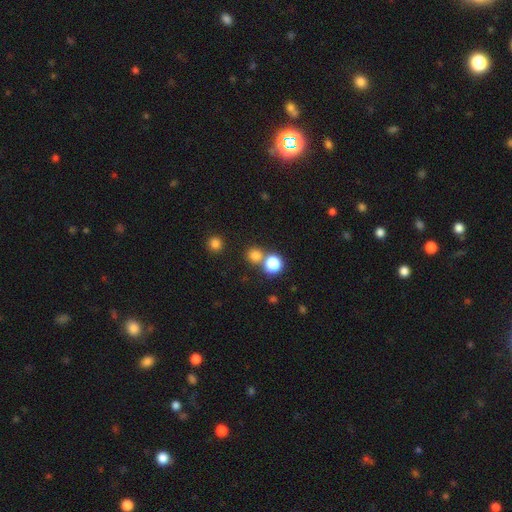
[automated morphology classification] This appears to be a smooth galaxy with no disk features (75%) that is round (89%). Merging: none (68%).